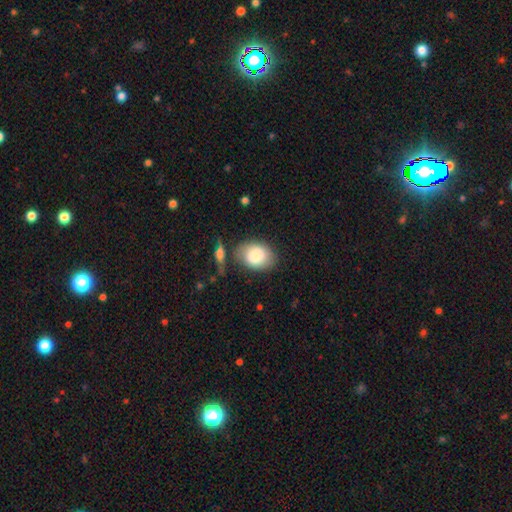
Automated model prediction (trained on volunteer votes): This is clearly a smooth galaxy (84%). How rounded: likely in between (76%). Merging: likely none (69%).